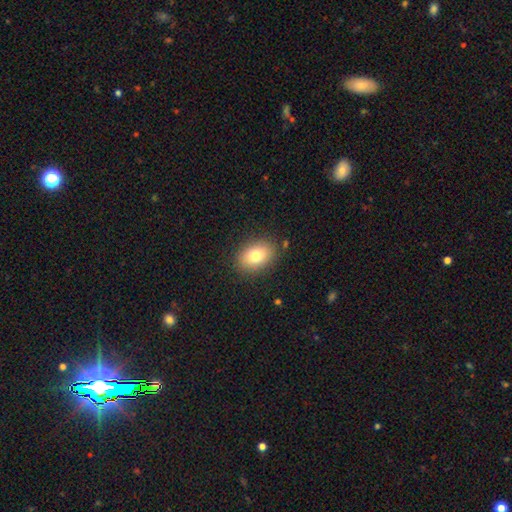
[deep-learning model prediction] smooth-or-featured: smooth: 79% | featured or disk: 12% | star or artifact: 9%
  how-rounded: in between: 77% | round: 22% | cigar-shaped: 1%
  merging: none: 86% | minor disturbance: 9% | major disturbance: 3% | merger: 1%